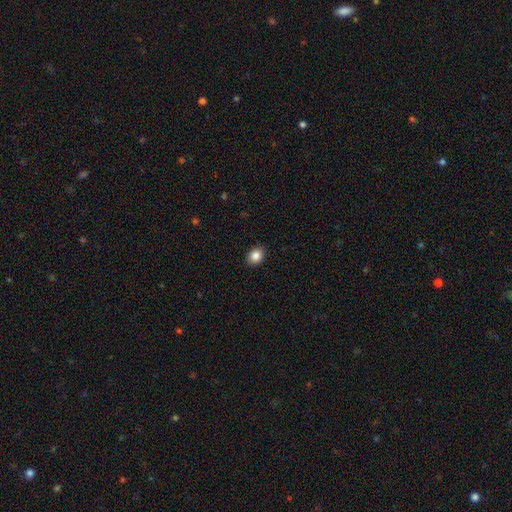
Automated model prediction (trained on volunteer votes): Smooth or featured: smooth — 86% (star or artifact — 9%)
How rounded: in between — 50% (round — 49%)
Merging: none — 91% (minor disturbance — 7%)